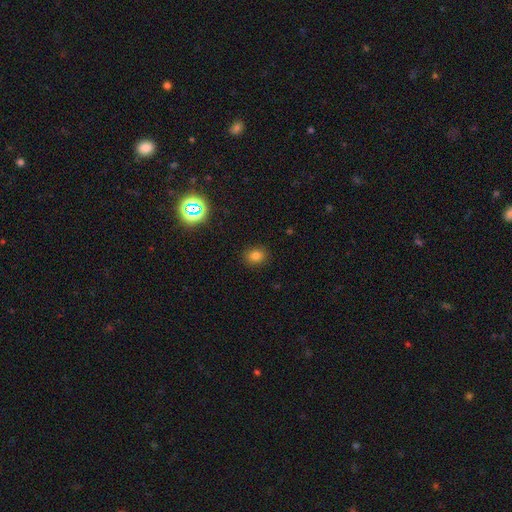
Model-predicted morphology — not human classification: A smooth galaxy with no disk features (77%) that is round (63%).

Vote fractions:
- Smooth or featured? smooth: 77% / star or artifact: 16% / featured or disk: 7%
- How rounded? round: 63% / in between: 36% / cigar-shaped: 1%
- Merging? none: 89% / minor disturbance: 8% / major disturbance: 2% / merger: 1%